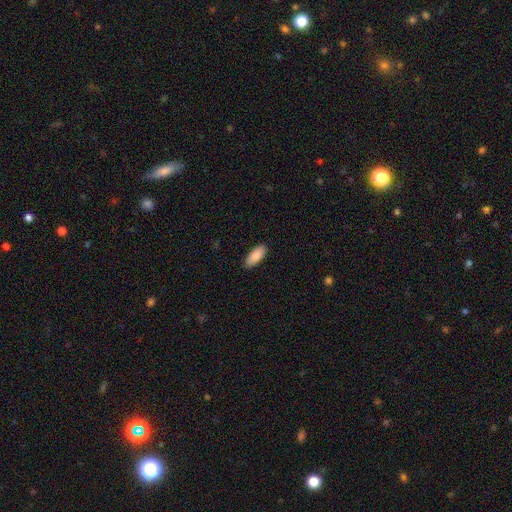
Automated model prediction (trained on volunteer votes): A smooth galaxy with no disk features (88%) that is in between round and cigar-shaped (81%).

Vote fractions:
- Smooth or featured? smooth: 88% / featured or disk: 6% / star or artifact: 6%
- How rounded? in between: 81% / cigar-shaped: 17% / round: 2%
- Merging? none: 87% / minor disturbance: 10% / major disturbance: 2% / merger: 1%